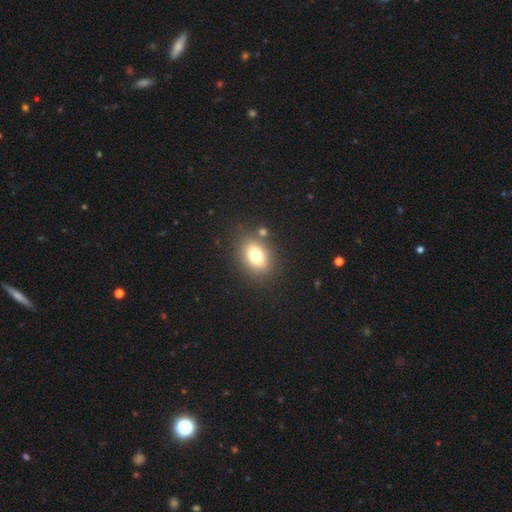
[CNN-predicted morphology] This is likely a smooth galaxy (76%). How rounded: likely in between (72%). Merging: likely none (78%).